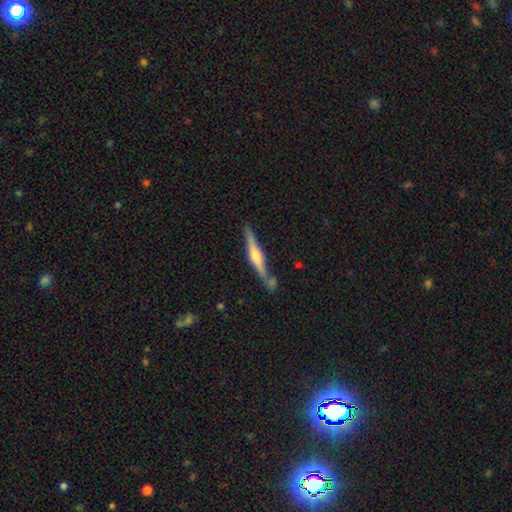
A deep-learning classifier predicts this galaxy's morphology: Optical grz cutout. It shows a featured or disk galaxy (70%) viewed edge-on (97%) with a rounded central bulge (84%). Merging: none (76%).